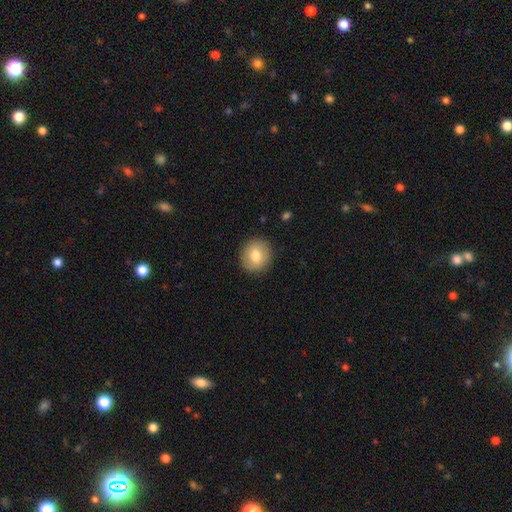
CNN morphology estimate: Overall: smooth (78%). How rounded: round (86%). Merging: none (90%).